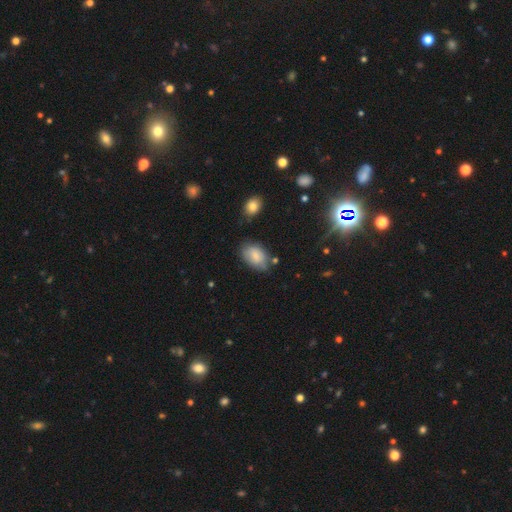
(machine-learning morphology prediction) Q: Smooth or featured?
A: smooth (77%); runner-up: featured or disk (15%)
Q: How rounded?
A: in between (87%); runner-up: round (11%)
Q: Merging?
A: none (64%); runner-up: minor disturbance (25%)